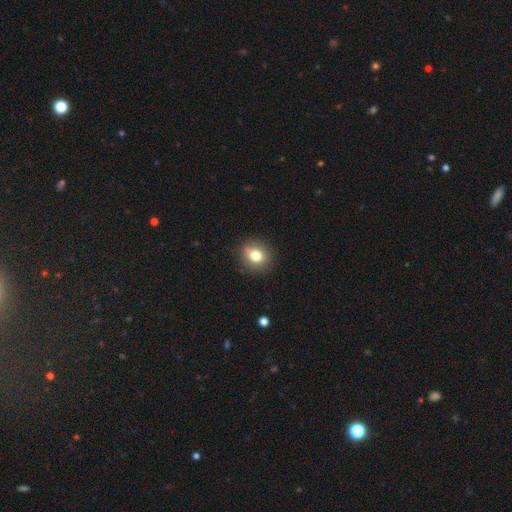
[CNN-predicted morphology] smooth_or_featured: smooth (p=0.77) [alt: featured or disk p=0.12]
how_rounded: round (p=0.79) [alt: in between p=0.20]
merging: none (p=0.84) [alt: minor disturbance p=0.12]